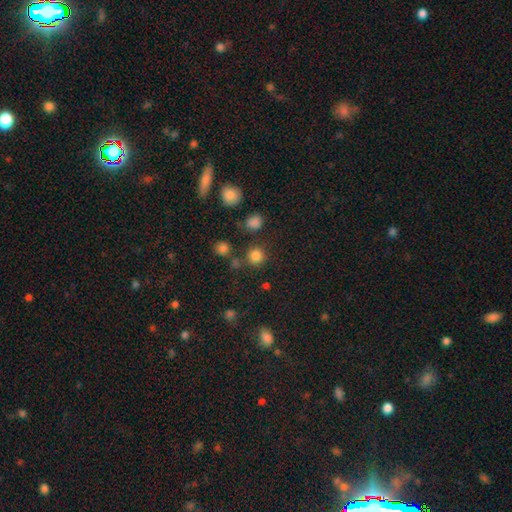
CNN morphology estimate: type=smooth (80%); roundness=round (91%); merging=none (79%).